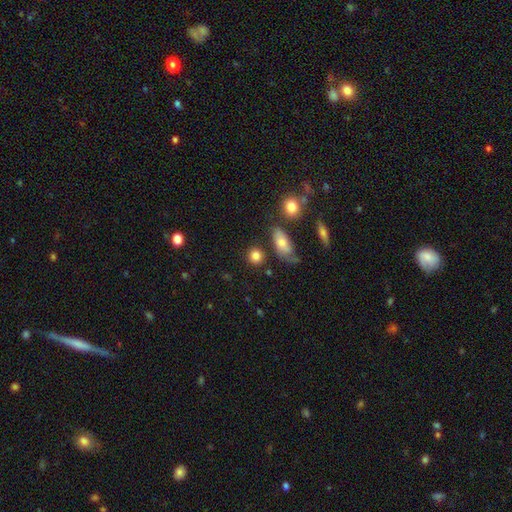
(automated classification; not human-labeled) Smooth or featured? Predicted: smooth (p=0.83). How rounded? Predicted: round (p=0.82). Merging? Predicted: none (p=0.79).